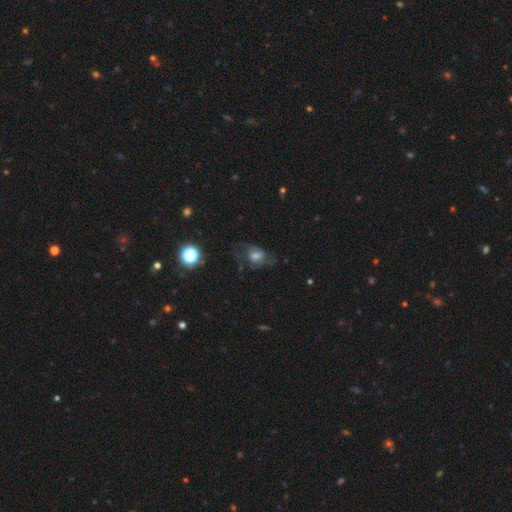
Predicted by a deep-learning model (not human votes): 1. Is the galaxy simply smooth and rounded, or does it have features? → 54% featured or disk, 32% smooth, 15% star or artifact.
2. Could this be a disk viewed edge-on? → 96% no, 4% yes.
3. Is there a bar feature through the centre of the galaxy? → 58% no, 35% weak, 7% strong.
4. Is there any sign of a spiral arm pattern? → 81% yes, 19% no.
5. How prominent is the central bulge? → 49% moderate, 23% small, 19% large, 6% none, 3% dominant.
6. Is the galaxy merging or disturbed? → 53% none, 23% major disturbance, 21% minor disturbance, 2% merger.